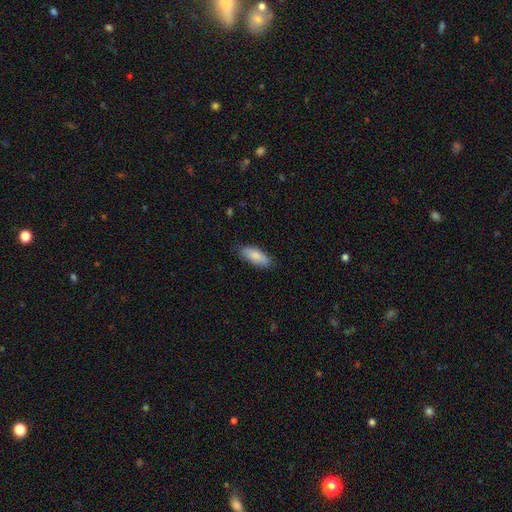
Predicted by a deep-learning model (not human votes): This is clearly a smooth galaxy (86%). How rounded: likely in between (75%). Merging: clearly none (83%).